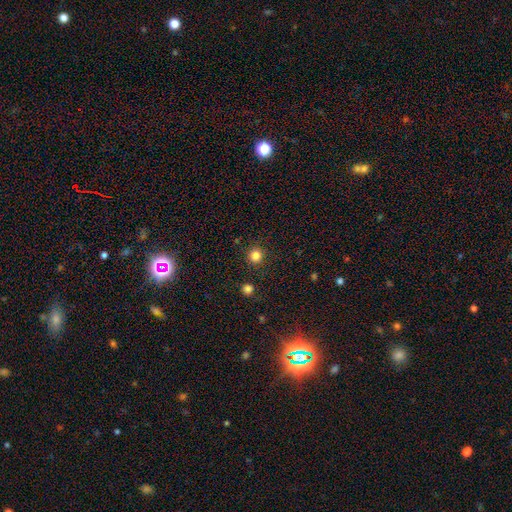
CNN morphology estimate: Smooth or featured? Predicted: smooth (p=0.83). How rounded? Predicted: round (p=0.95). Merging? Predicted: none (p=0.91).